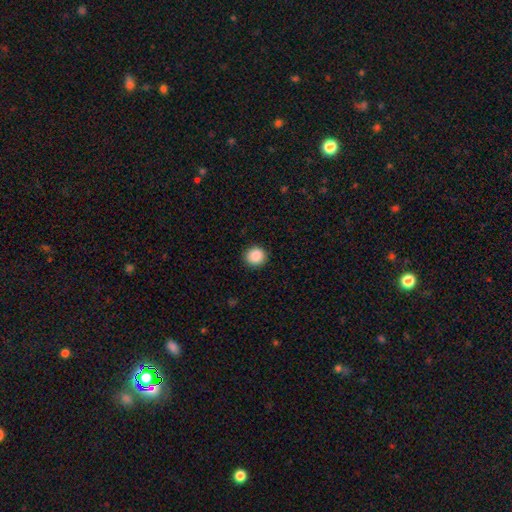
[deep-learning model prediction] smooth 89%, star or artifact 9%, featured or disk 3%. Down the decision tree: how rounded — round (92%); merging — none (91%).